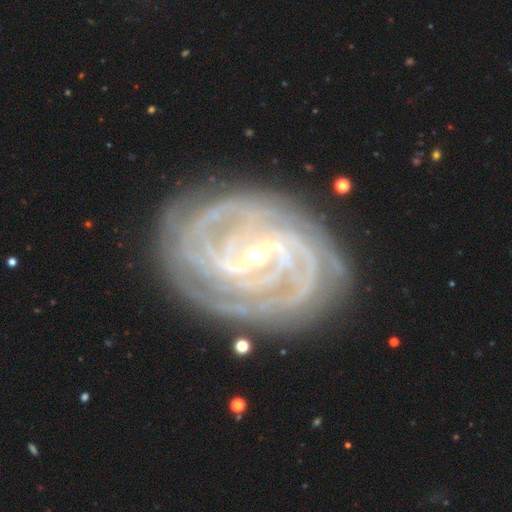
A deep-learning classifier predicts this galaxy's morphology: This appears to be a featured or disk galaxy (93%) with a strong bar (53%), 4 (25%) tight (75%) spiral arms (98%) and a small central bulge (65%). Merging: none (80%).